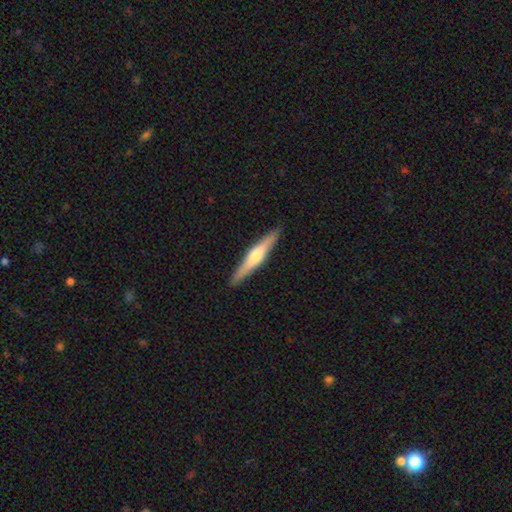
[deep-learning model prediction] Morphology: type=featured or disk (58%); edge-on=yes (97%); edge-on bulge=rounded (81%); merging=none (91%).